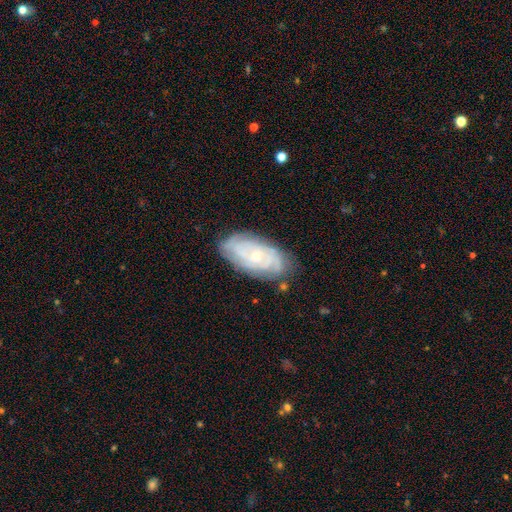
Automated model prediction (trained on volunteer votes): Smooth or featured: featured or disk — 76% (smooth — 17%)
Edge-on disk: no — 93% (yes — 7%)
Bar: no — 76% (weak — 20%)
Spiral arms: yes — 90% (no — 10%)
Spiral winding: tight — 71% (medium — 24%)
Spiral arm count: can't tell — 43% (2 — 18%)
Bulge size: small — 69% (moderate — 28%)
Merging: none — 77% (minor disturbance — 17%)